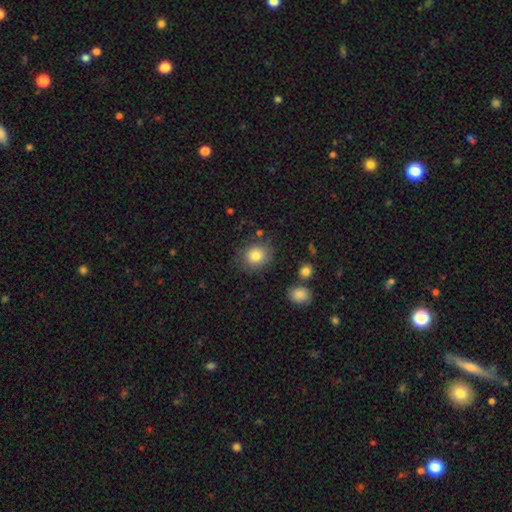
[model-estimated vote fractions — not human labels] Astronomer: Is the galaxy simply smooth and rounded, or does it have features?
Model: smooth — 81%.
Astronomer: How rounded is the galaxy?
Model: round — 81%.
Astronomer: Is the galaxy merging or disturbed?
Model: none — 79%.